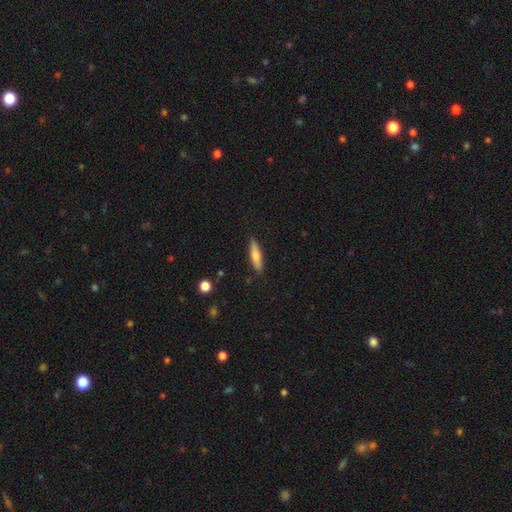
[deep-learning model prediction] Q: Smooth or featured?
A: smooth (71%); runner-up: featured or disk (24%)
Q: How rounded?
A: cigar-shaped (76%); runner-up: in between (23%)
Q: Merging?
A: none (88%); runner-up: minor disturbance (9%)